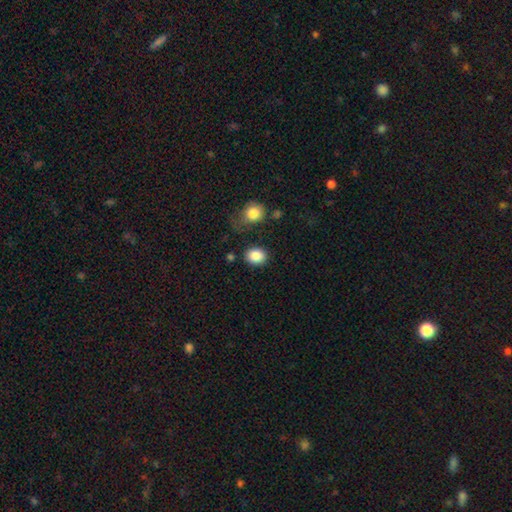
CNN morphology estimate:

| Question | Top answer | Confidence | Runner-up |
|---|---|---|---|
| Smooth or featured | smooth | 87% | star or artifact (8%) |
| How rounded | round | 54% | in between (45%) |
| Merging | none | 80% | minor disturbance (11%) |